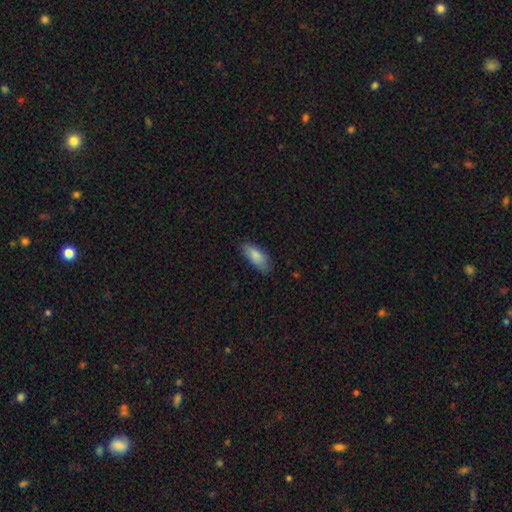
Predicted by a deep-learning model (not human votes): smooth_or_featured: smooth (p=0.85) [alt: featured or disk p=0.09]
how_rounded: in between (p=0.80) [alt: cigar-shaped p=0.18]
merging: none (p=0.78) [alt: minor disturbance p=0.18]